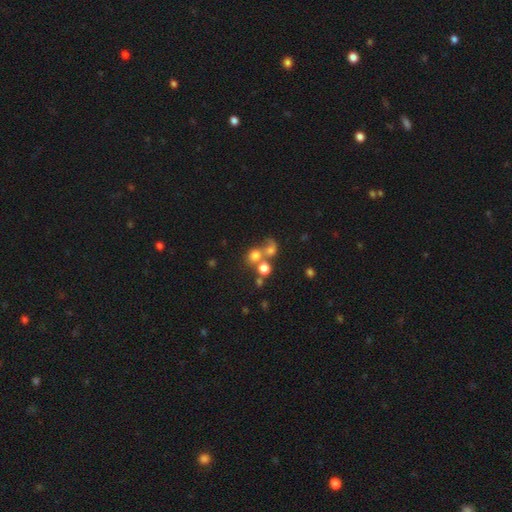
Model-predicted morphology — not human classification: This is likely a smooth galaxy (67%). How rounded: likely round (79%). Merging: marginally merger (44%).